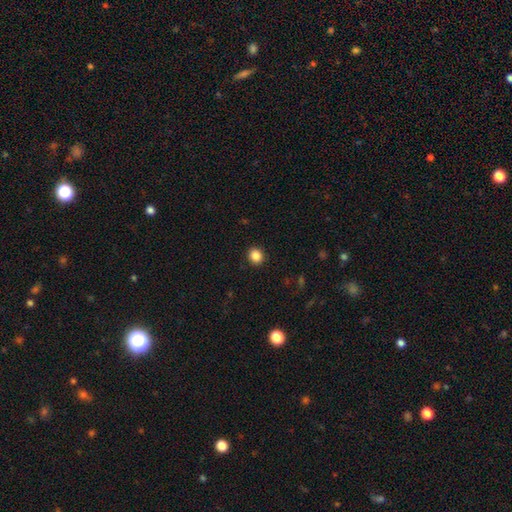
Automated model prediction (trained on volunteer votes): Overall: smooth (86%). How rounded: round (77%). Merging: none (91%).